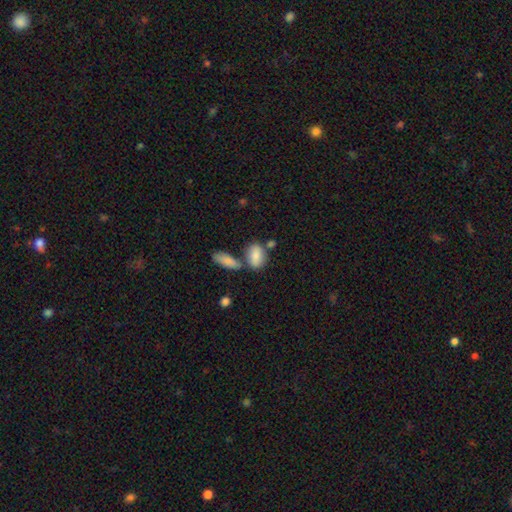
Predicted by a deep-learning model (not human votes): Overall: smooth (83%). How rounded: in between (87%). Merging: none (51%; merger 29%).